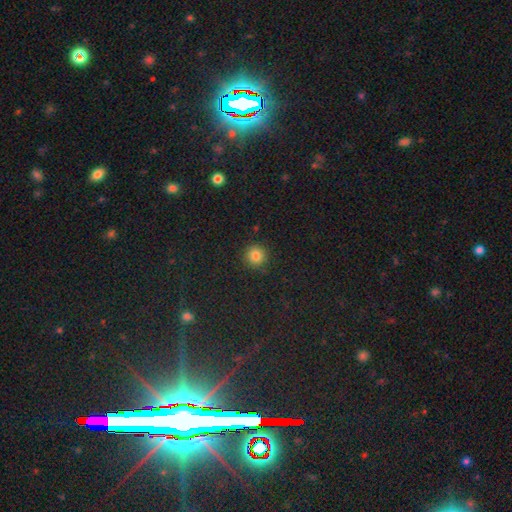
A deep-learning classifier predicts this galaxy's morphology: Smooth or featured? smooth (82%)
How rounded? round (94%)
Merging? none (90%)